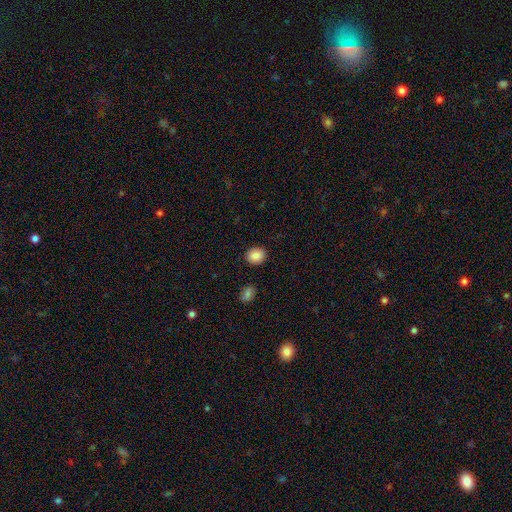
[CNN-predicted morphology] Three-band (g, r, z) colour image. It shows a smooth galaxy with no disk features (87%) that is round (69%). Merging: none (90%).